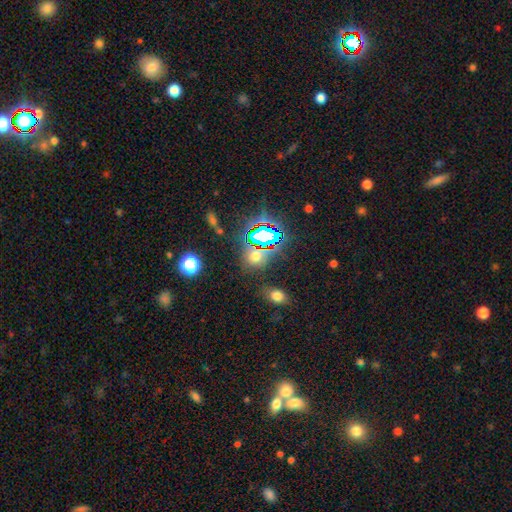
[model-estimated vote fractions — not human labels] This is possibly a star or artifact rather than a galaxy (53%).